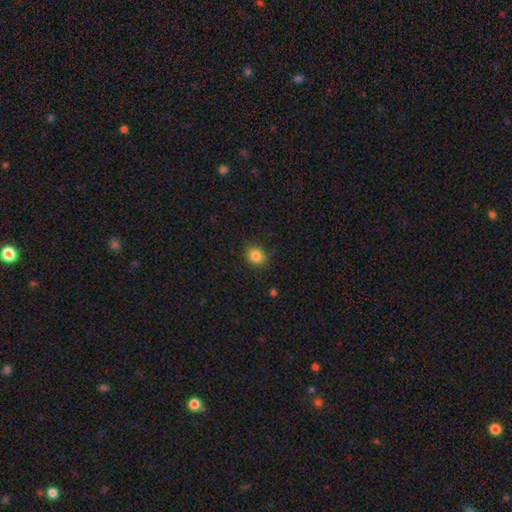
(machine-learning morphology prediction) The model was most divided on "how rounded": round: 64%, in between: 35%, cigar-shaped: 1%. More confident: smooth or featured — smooth (85%); merging — none (85%).